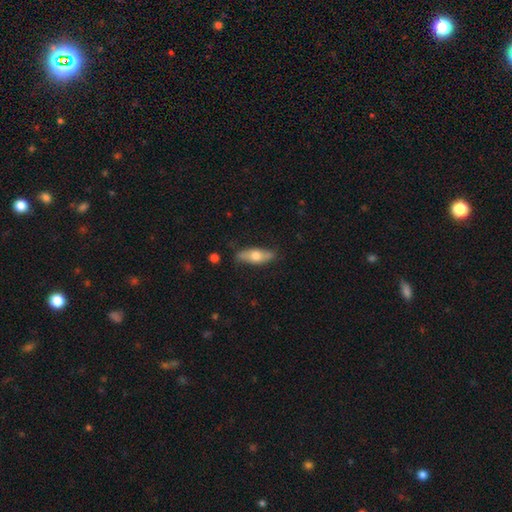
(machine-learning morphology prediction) A smooth galaxy with no disk features (59%) that is in between round and cigar-shaped (63%).

Vote fractions:
- Smooth or featured? smooth: 59% / featured or disk: 35% / star or artifact: 6%
- How rounded? in between: 63% / cigar-shaped: 34% / round: 3%
- Merging? none: 83% / minor disturbance: 13% / major disturbance: 3% / merger: 1%